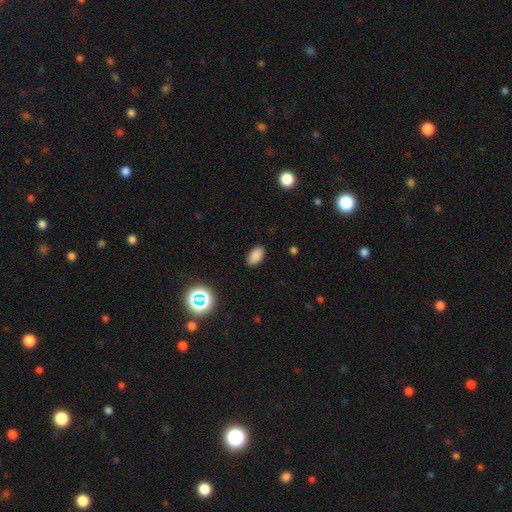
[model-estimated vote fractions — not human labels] A smooth galaxy with no disk features (83%) that is in between round and cigar-shaped (92%).

Vote fractions:
- Smooth or featured? smooth: 83% / star or artifact: 12% / featured or disk: 4%
- How rounded? in between: 92% / round: 6% / cigar-shaped: 2%
- Merging? none: 88% / minor disturbance: 9% / major disturbance: 2% / merger: 1%